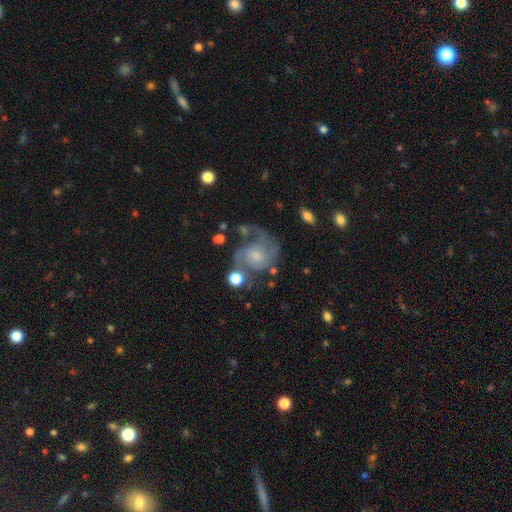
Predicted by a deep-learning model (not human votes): The model was most divided on "bulge size" (2-way tie): small: 40%, moderate: 40%, none: 11%, large: 8%, dominant: 2%. Remaining: edge-on disk — no (98%); spiral arms — yes (93%); smooth or featured — featured or disk (79%); spiral arm count — 2 (70%); bar — no (66%); merging — none (52%); spiral winding — medium (50%).